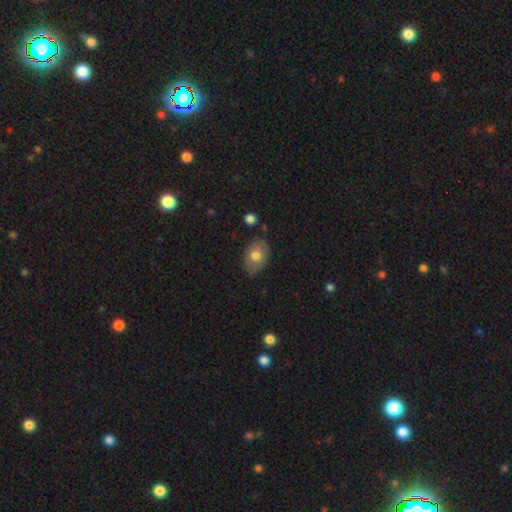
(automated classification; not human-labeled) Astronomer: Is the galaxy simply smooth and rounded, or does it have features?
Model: smooth — 73%.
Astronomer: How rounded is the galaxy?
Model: in between — 78%.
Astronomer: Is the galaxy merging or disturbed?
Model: none — 78%.